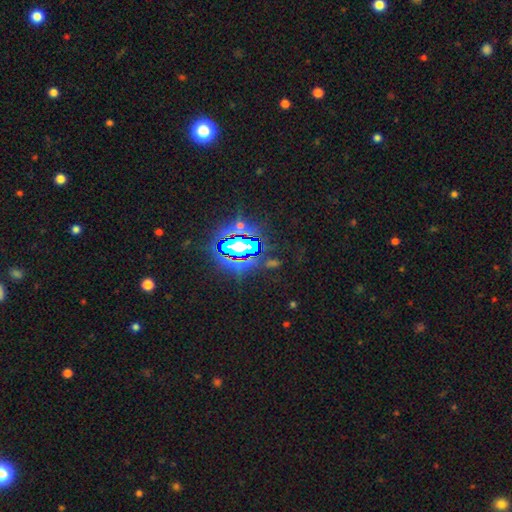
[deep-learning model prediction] smooth_or_featured: star or artifact (p=0.83) [alt: smooth p=0.10]